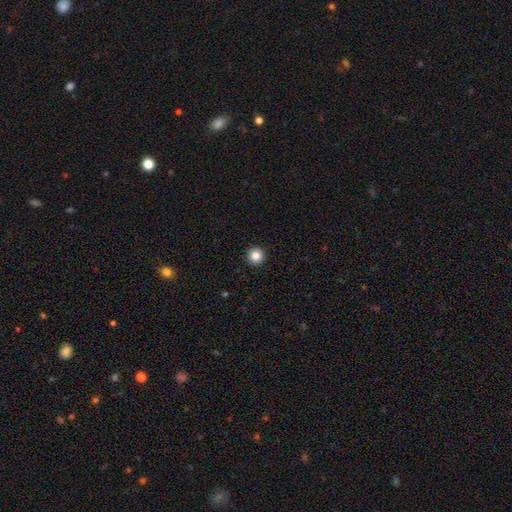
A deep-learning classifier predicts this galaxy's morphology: smooth 85%, star or artifact 10%, featured or disk 4%. Down the decision tree: how rounded — round (96%); merging — none (94%).